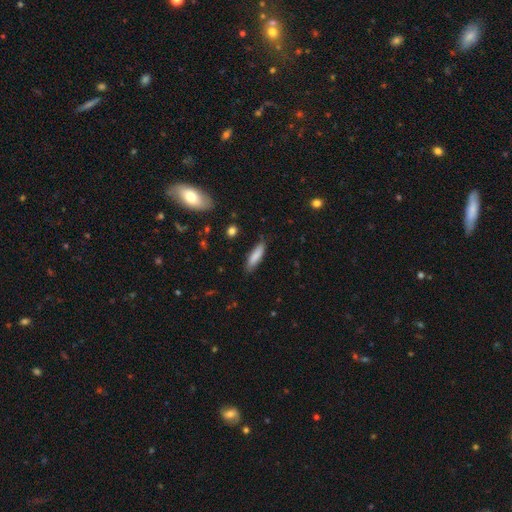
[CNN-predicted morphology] type=smooth (83%); roundness=cigar-shaped (70%); merging=none (81%).